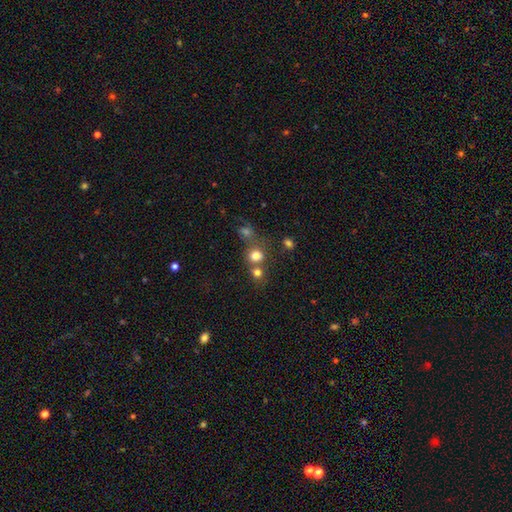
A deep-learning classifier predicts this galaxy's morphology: Overall: smooth (76%). How rounded: round (80%). Merging: none (52%; merger 35%).